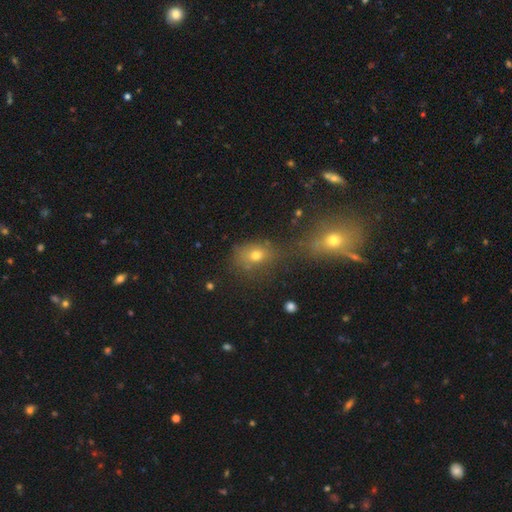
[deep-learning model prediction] Q: Smooth or featured?
A: smooth (66%); runner-up: star or artifact (20%)
Q: How rounded?
A: in between (52%); runner-up: round (46%)
Q: Merging?
A: none (49%); runner-up: merger (28%)